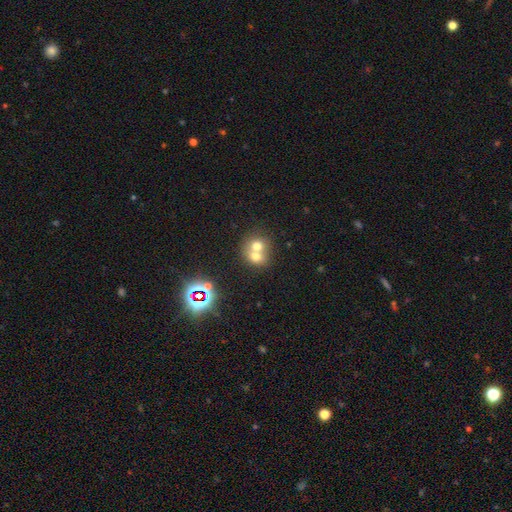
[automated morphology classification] Overall: smooth (66%). How rounded: round (72%). Merging: merger (68%).